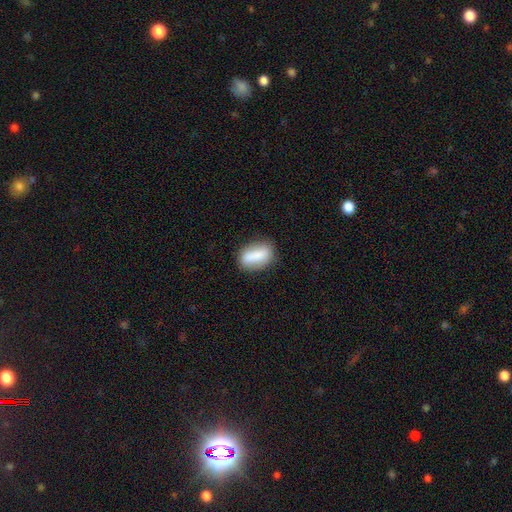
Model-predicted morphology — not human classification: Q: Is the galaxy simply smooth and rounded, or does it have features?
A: smooth — 77%.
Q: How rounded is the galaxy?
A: in between — 81%.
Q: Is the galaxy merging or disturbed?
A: none — 79%.